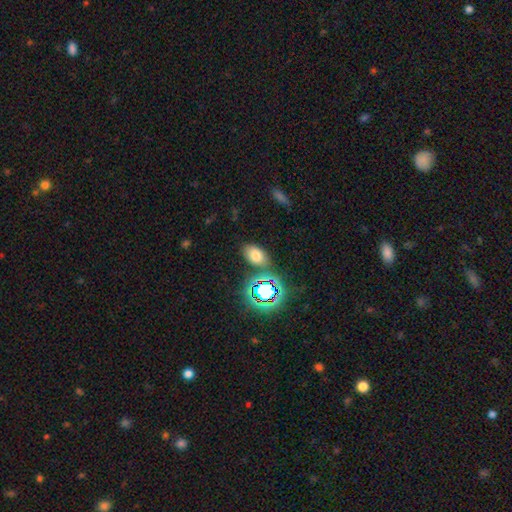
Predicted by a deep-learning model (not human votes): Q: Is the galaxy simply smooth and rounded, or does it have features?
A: smooth — 69%.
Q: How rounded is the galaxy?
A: in between — 89%.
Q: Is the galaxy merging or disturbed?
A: none — 76%.